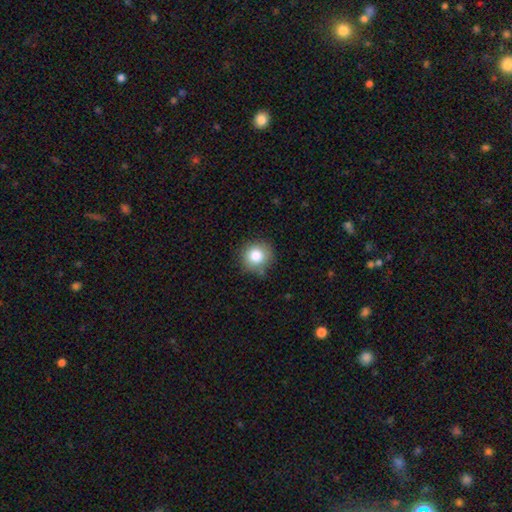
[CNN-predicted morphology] A smooth galaxy with no disk features (81%) that is round (92%). Merging: none (84%).